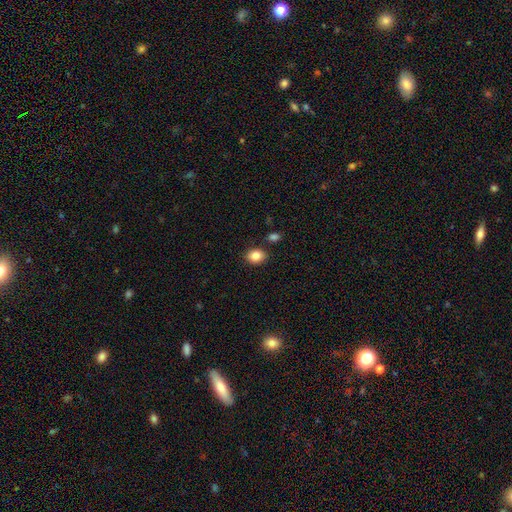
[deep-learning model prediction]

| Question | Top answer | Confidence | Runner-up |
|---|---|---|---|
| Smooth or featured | smooth | 85% | star or artifact (9%) |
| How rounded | in between | 56% | round (43%) |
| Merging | none | 83% | minor disturbance (10%) |